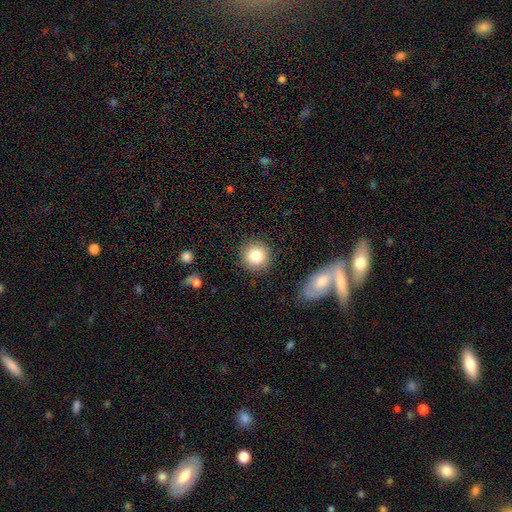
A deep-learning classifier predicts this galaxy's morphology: A smooth galaxy with no disk features (83%) that is round (92%). Merging: none (88%).